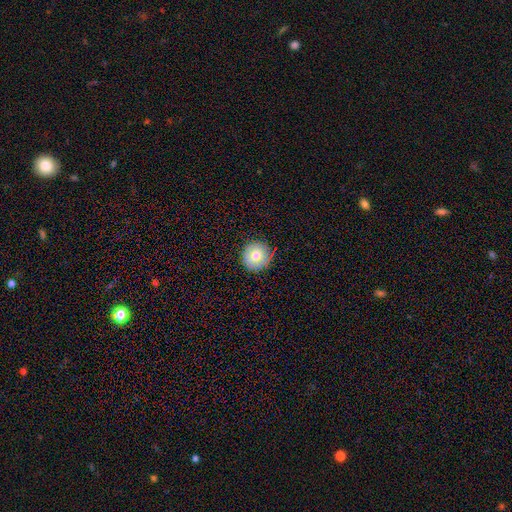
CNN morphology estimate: A smooth galaxy with no disk features (74%) that is round (95%).

Vote fractions:
- Smooth or featured? smooth: 74% / featured or disk: 16% / star or artifact: 10%
- How rounded? round: 95% / in between: 4% / cigar-shaped: 1%
- Merging? none: 89% / minor disturbance: 8% / major disturbance: 2% / merger: 1%